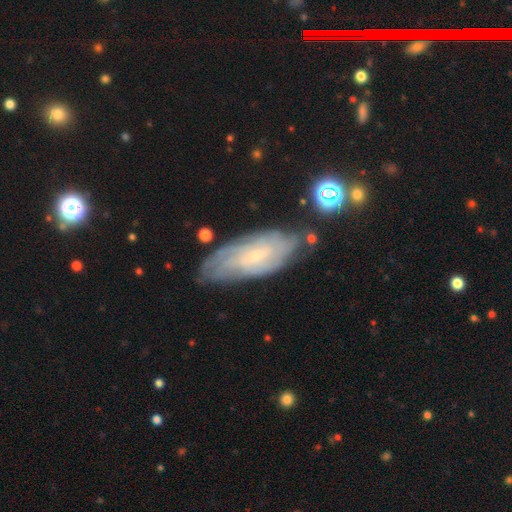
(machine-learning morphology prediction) Smooth or featured: featured or disk — 67% (smooth — 26%)
Edge-on disk: no — 87% (yes — 13%)
Bar: no — 52% (weak — 40%)
Spiral arms: yes — 87% (no — 13%)
Spiral winding: tight — 64% (medium — 26%)
Spiral arm count: can't tell — 62% (2 — 11%)
Bulge size: small — 78% (moderate — 15%)
Merging: none — 71% (minor disturbance — 20%)